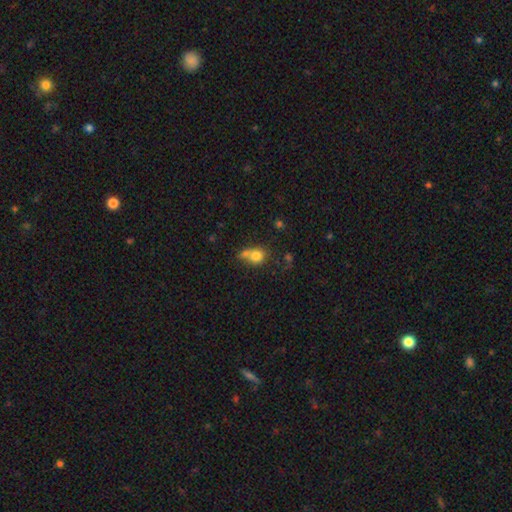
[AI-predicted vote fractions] smooth-or-featured: smooth: 77% | featured or disk: 12% | star or artifact: 11%
  how-rounded: round: 64% | in between: 34% | cigar-shaped: 1%
  merging: merger: 42% | none: 38% | minor disturbance: 13% | major disturbance: 7%